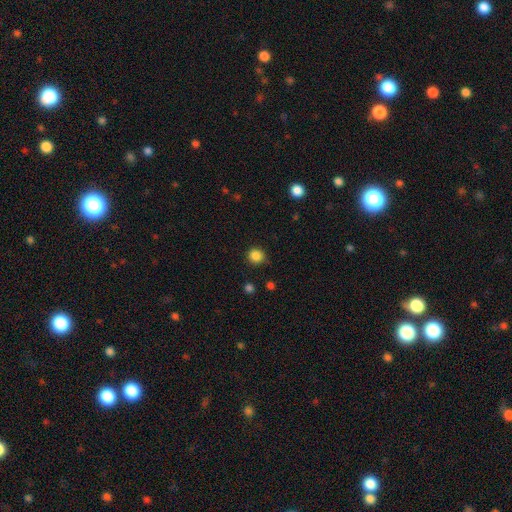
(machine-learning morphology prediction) Smooth or featured? Predicted: smooth (p=0.86). How rounded? Predicted: round (p=0.91). Merging? Predicted: none (p=0.87).